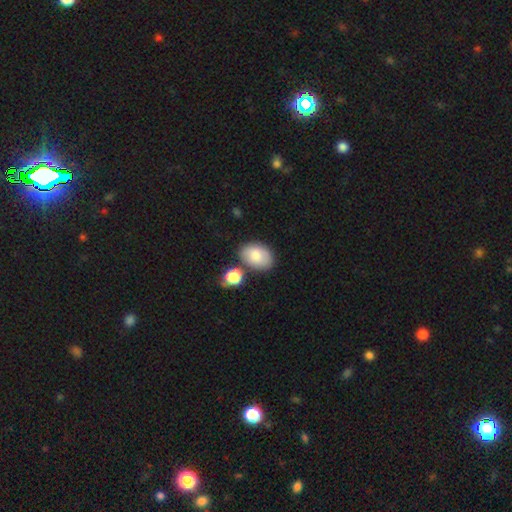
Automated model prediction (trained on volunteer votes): Morphology: type=smooth (78%); roundness=in between (84%); merging=none (67%).